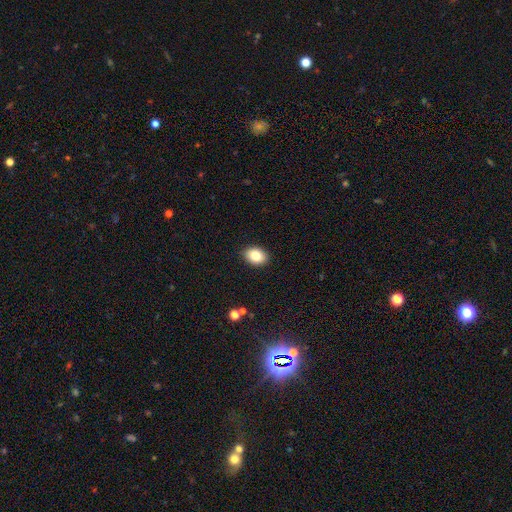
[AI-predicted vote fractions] This appears to be a smooth galaxy with no disk features (82%) that is in between round and cigar-shaped (76%). Merging: none (89%).